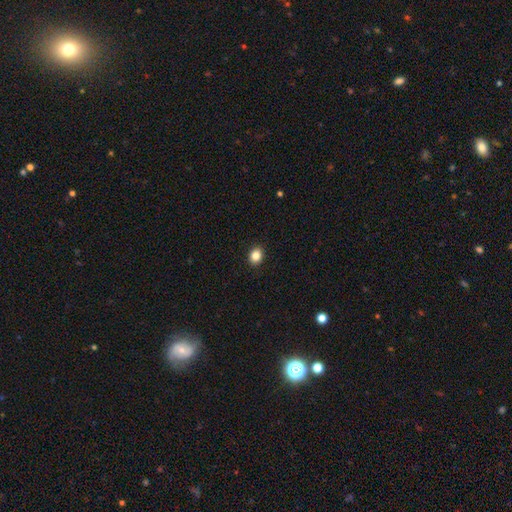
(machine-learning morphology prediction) This is clearly a smooth galaxy (86%). How rounded: possibly in between (51%). Merging: clearly none (92%).